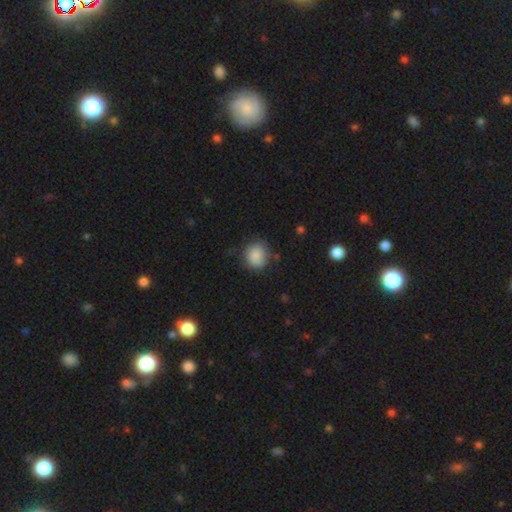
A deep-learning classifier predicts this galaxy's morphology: smooth_or_featured: smooth (p=0.86) [alt: star or artifact p=0.08]
how_rounded: round (p=0.81) [alt: in between p=0.19]
merging: none (p=0.76) [alt: minor disturbance p=0.17]